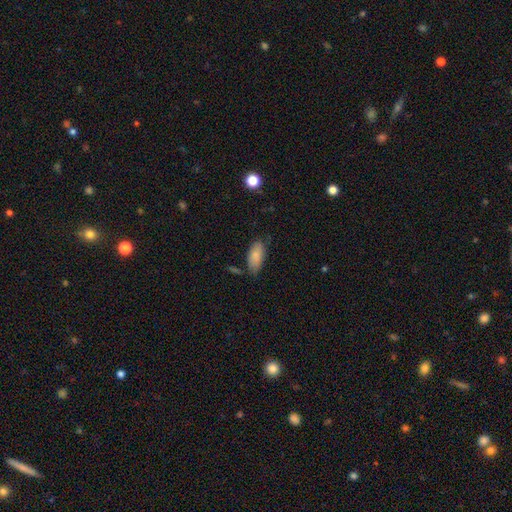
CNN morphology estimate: Smooth or featured? smooth (85%)
How rounded? in between (88%)
Merging? none (69%)